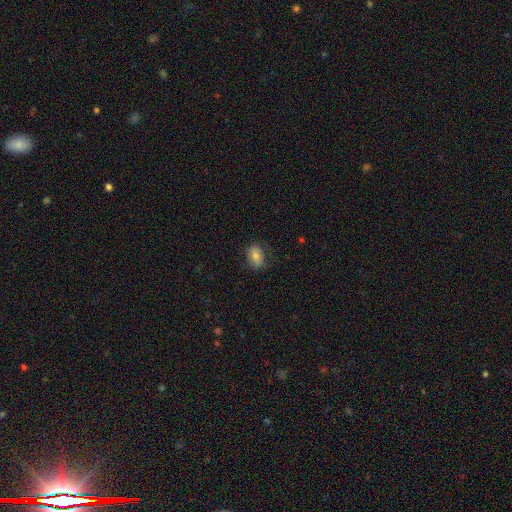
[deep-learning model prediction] smooth 77%, featured or disk 13%, star or artifact 9%. Down the decision tree: how rounded — in between (79%); merging — none (76%).